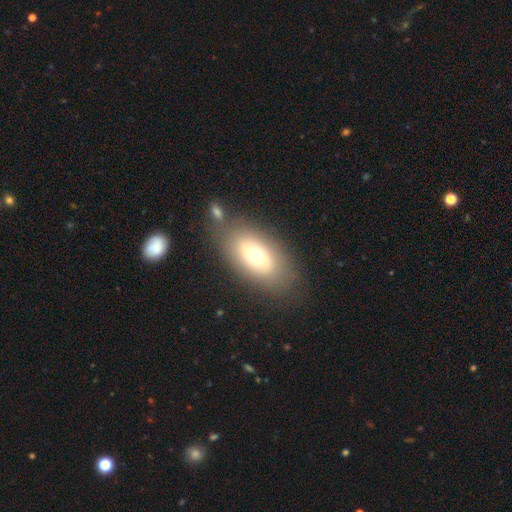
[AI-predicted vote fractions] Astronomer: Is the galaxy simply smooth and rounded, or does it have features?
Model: smooth — 62%.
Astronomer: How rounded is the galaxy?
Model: in between — 89%.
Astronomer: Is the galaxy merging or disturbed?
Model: none — 71%.